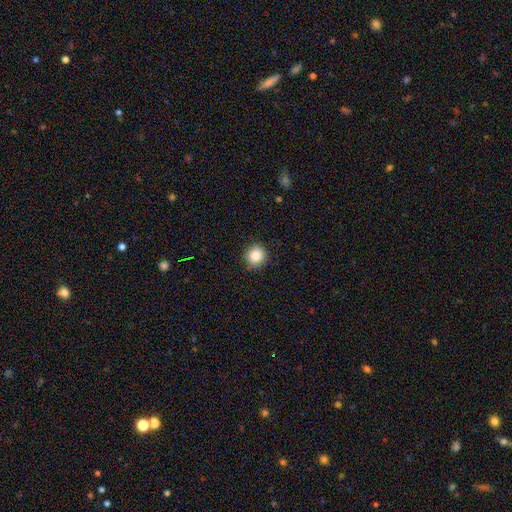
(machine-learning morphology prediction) This appears to be a smooth galaxy with no disk features (86%) that is round (92%). Merging: none (88%).